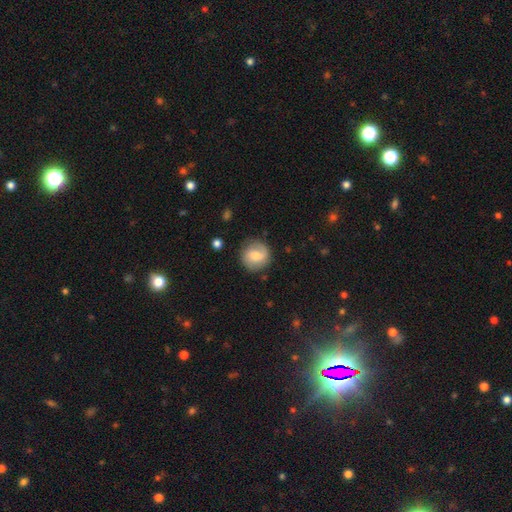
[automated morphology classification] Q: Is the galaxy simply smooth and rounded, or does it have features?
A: smooth — 60%.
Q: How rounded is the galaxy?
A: round — 92%.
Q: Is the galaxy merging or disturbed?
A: none — 84%.